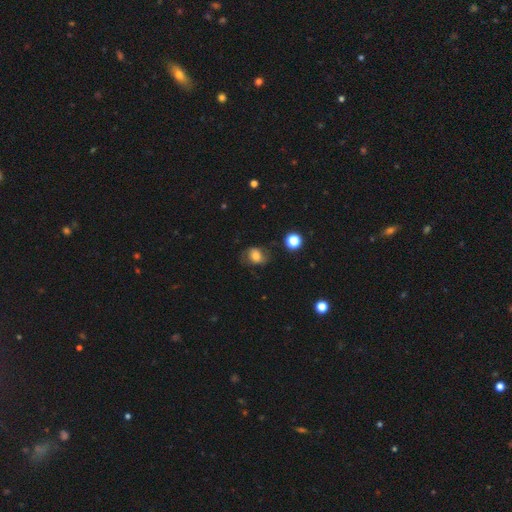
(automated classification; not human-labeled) A smooth galaxy with no disk features (65%) that is round (50%).

Vote fractions:
- Smooth or featured? smooth: 65% / featured or disk: 23% / star or artifact: 12%
- How rounded? round: 50% / in between: 49% / cigar-shaped: 1%
- Merging? none: 64% / minor disturbance: 22% / major disturbance: 12% / merger: 2%